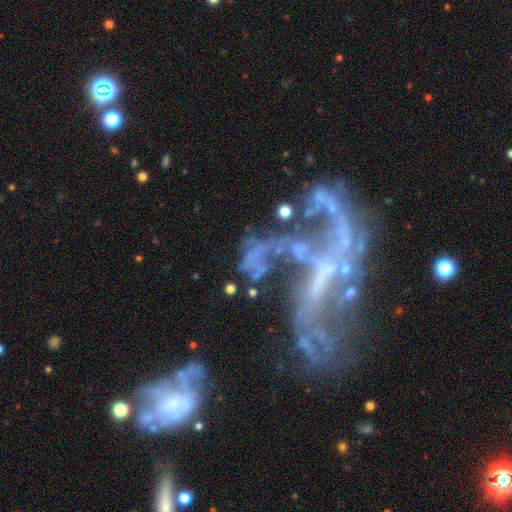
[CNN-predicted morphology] featured or disk 70%, star or artifact 20%, smooth 10%. Down the decision tree: edge-on disk — no (95%); bar — no (61%); spiral arms — no (55%); bulge size — none (62%); merging — major disturbance (42%).